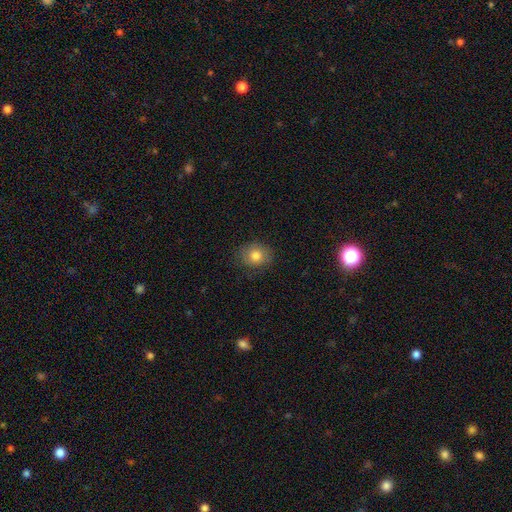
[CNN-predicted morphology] Overall: smooth (80%). How rounded: round (71%). Merging: none (82%).